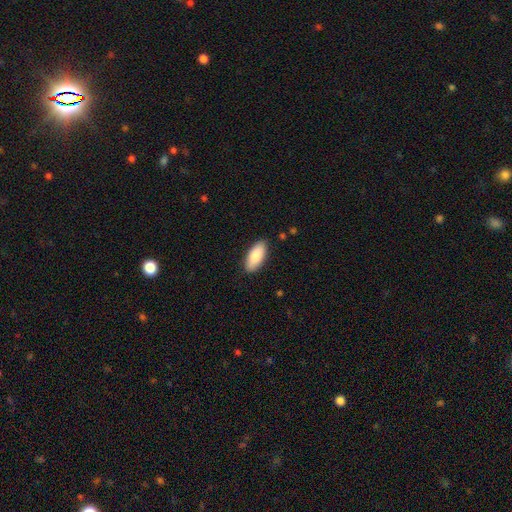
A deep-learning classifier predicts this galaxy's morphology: Q: Smooth or featured?
A: smooth (87%); runner-up: featured or disk (7%)
Q: How rounded?
A: in between (87%); runner-up: cigar-shaped (11%)
Q: Merging?
A: none (88%); runner-up: minor disturbance (9%)